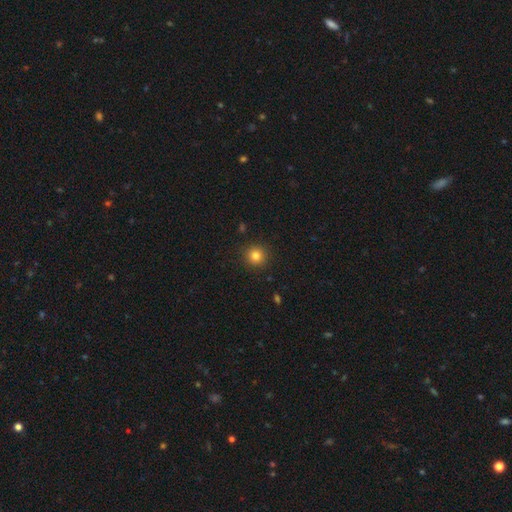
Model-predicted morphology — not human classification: This appears to be a smooth galaxy with no disk features (82%) that is round (94%). Merging: none (91%).